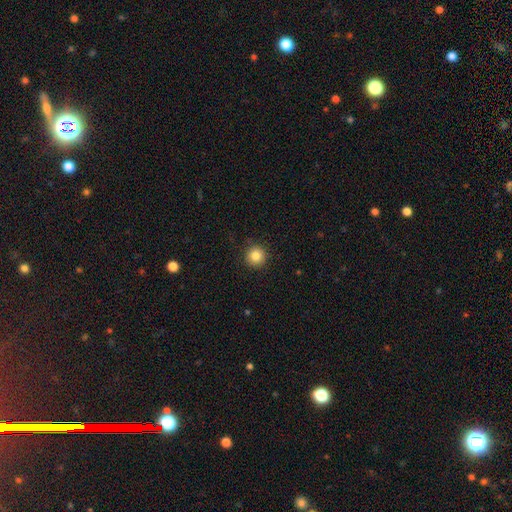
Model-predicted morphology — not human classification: smooth 84%, star or artifact 10%, featured or disk 5%. Down the decision tree: how rounded — round (95%); merging — none (91%).